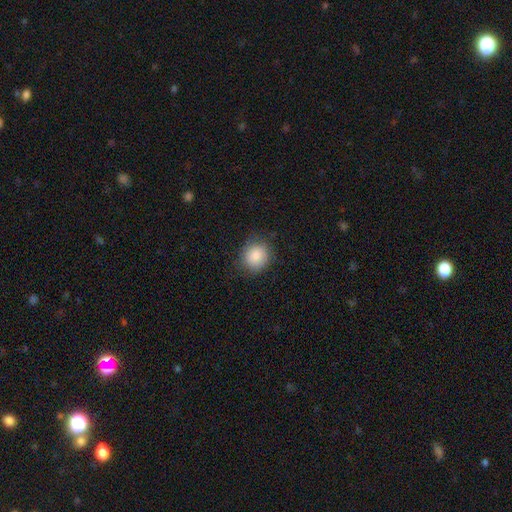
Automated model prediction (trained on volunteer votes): This appears to be a smooth galaxy with no disk features (86%) that is round (79%). Merging: none (79%).